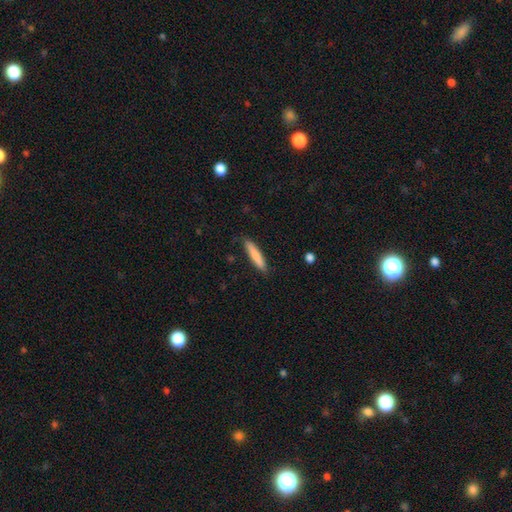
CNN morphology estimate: Smooth or featured? smooth (79%)
How rounded? cigar-shaped (90%)
Merging? none (86%)